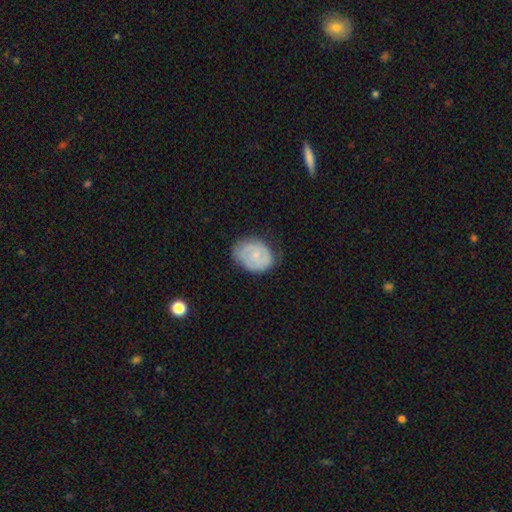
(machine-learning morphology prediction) Smooth or featured? featured or disk (56%)
Edge-on disk? no (97%)
Bar? no (65%)
Spiral arms? yes (77%)
Bulge size? small (62%)
Merging? none (67%)